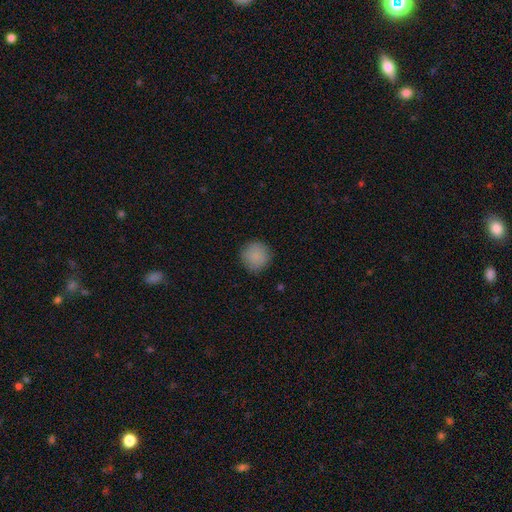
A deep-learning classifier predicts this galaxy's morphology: Smooth or featured? smooth (87%)
How rounded? round (94%)
Merging? none (88%)